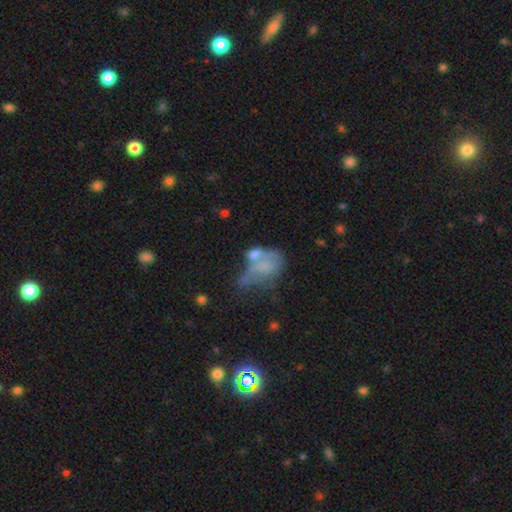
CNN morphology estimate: The model was most divided on "merging": merger: 37%, major disturbance: 27%, none: 18%, minor disturbance: 17%. More confident: how rounded — in between (81%); smooth or featured — smooth (52%).